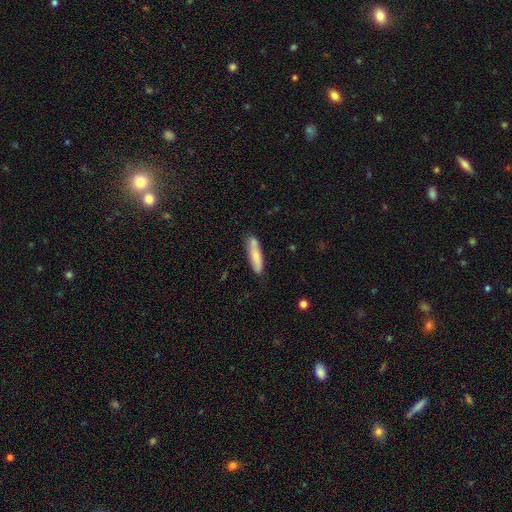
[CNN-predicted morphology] Overall: smooth (74%). How rounded: cigar-shaped (77%). Merging: none (71%).